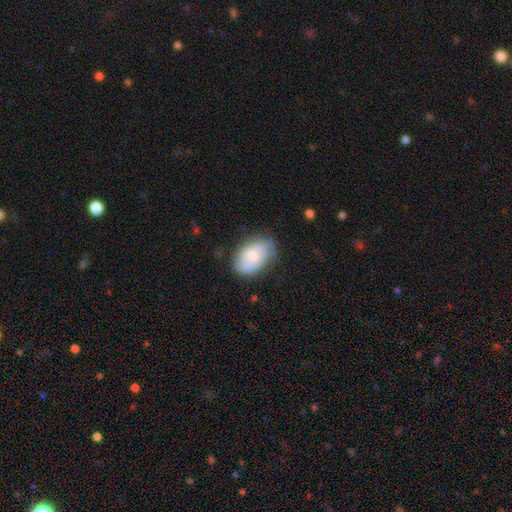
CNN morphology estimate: This is likely a smooth galaxy (68%). How rounded: clearly in between (89%). Merging: likely none (68%).